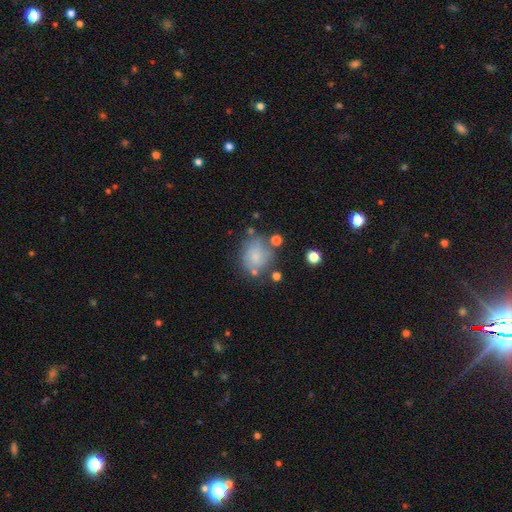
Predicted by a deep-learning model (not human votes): Morphology: type=smooth (70%); roundness=round (71%); merging=none (61%).